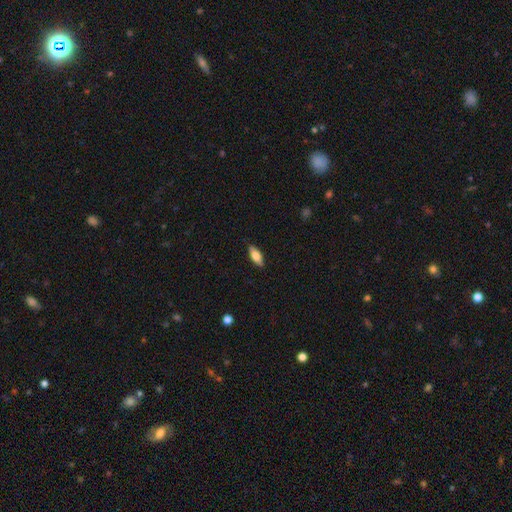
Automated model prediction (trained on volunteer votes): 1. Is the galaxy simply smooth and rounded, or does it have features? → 69% smooth, 25% featured or disk, 6% star or artifact.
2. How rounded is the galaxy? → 70% in between, 27% cigar-shaped, 2% round.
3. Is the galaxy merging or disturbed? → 88% none, 9% minor disturbance, 2% major disturbance, 1% merger.